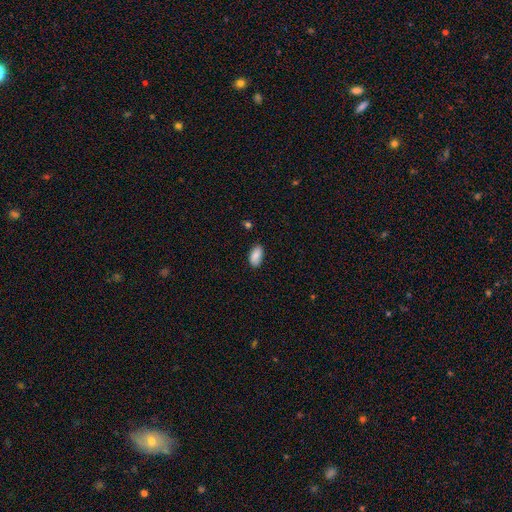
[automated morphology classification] A smooth galaxy with no disk features (87%) that is in between round and cigar-shaped (94%). Merging: none (80%).